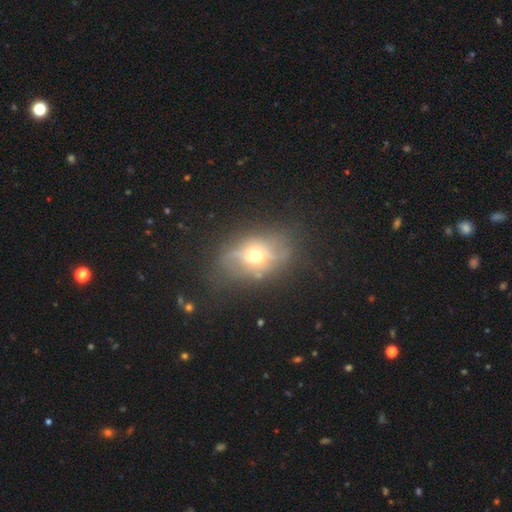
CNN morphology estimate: Overall: featured or disk (61%; smooth 28%). Edge-on disk: no (76%). Merging: none (61%; minor disturbance 22%).